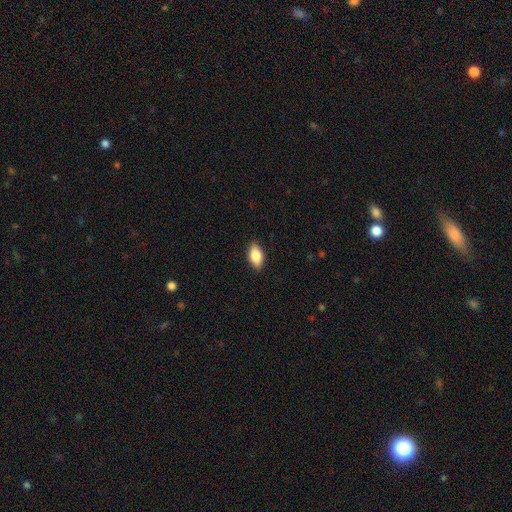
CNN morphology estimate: type=smooth (81%); roundness=in between (89%); merging=none (88%).